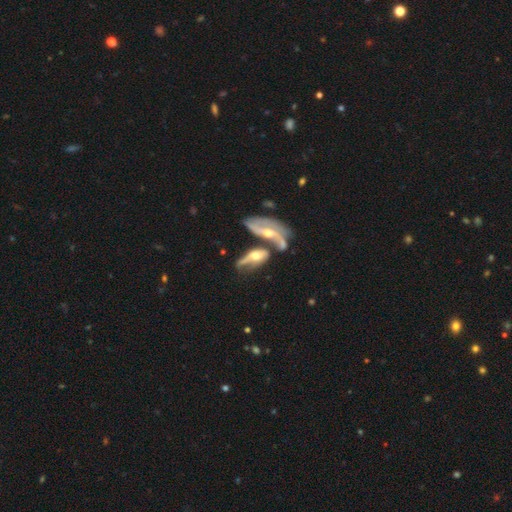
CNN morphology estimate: A featured or disk galaxy (62%).

Vote fractions:
- Smooth or featured? featured or disk: 62% / smooth: 30% / star or artifact: 7%
- Edge-on disk? no: 69% / yes: 31%
- Merging? merger: 55% / none: 20% / minor disturbance: 13% / major disturbance: 12%